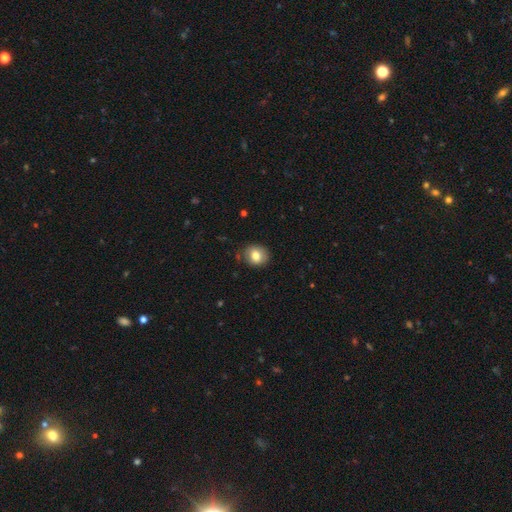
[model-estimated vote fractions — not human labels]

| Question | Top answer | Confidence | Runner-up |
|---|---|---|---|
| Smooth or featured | smooth | 78% | featured or disk (13%) |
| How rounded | round | 66% | in between (33%) |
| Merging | none | 80% | minor disturbance (15%) |